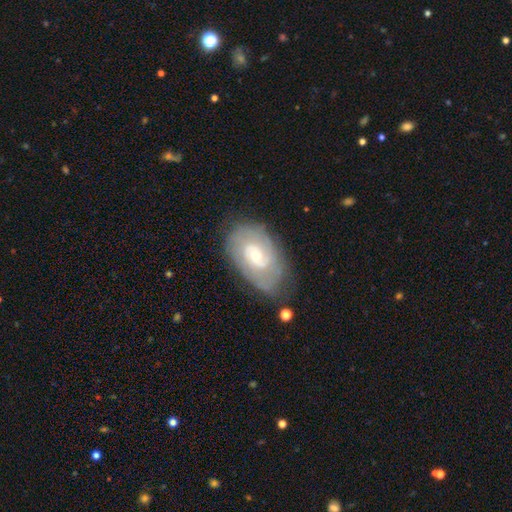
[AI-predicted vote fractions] This is likely a featured or disk galaxy (75%). It is clearly not viewed edge-on (96%). Bar: possibly no (53%). Spiral arm pattern: clearly yes (86%). Spiral arm count: possibly 2 (46%). Spiral winding: likely tight (61%). Central bulge: possibly small (55%). Merging: likely none (68%).